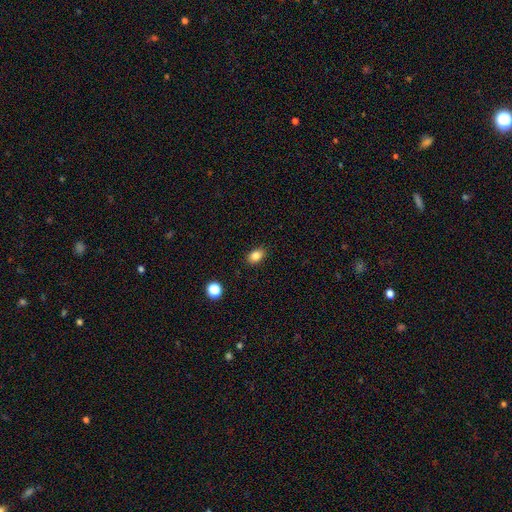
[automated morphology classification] Smooth or featured: smooth — 85% (star or artifact — 10%)
How rounded: in between — 80% (round — 18%)
Merging: none — 87% (minor disturbance — 10%)